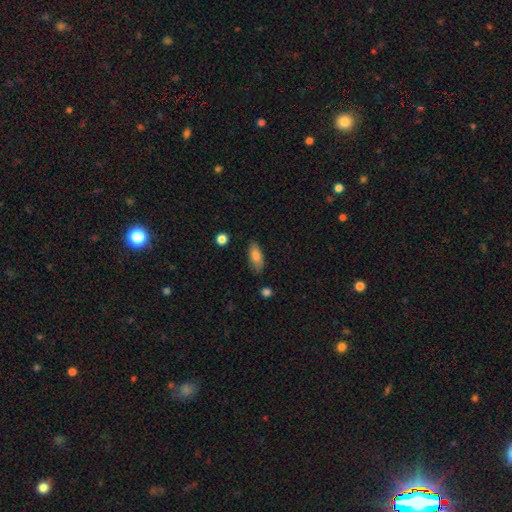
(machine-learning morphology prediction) Overall: smooth (82%). How rounded: in between (81%). Merging: none (77%).